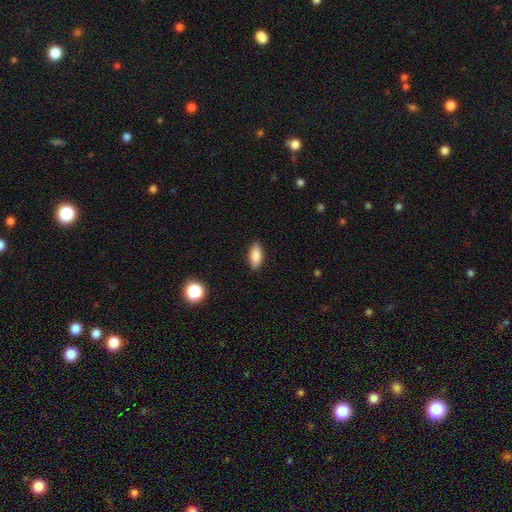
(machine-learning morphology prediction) Smooth or featured? smooth (84%)
How rounded? in between (80%)
Merging? none (88%)